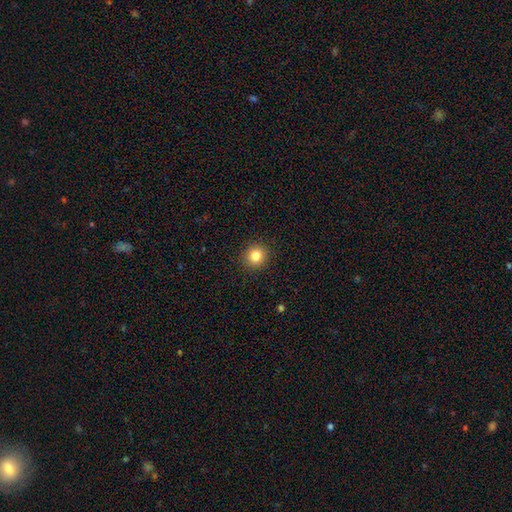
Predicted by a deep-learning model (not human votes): Smooth or featured? Predicted: smooth (p=0.83). How rounded? Predicted: round (p=0.89). Merging? Predicted: none (p=0.92).